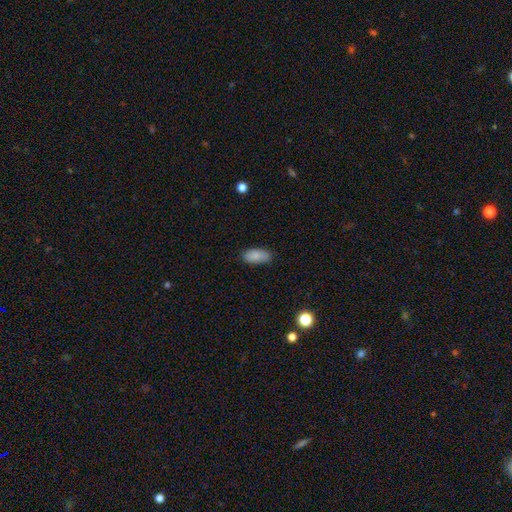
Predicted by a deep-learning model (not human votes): A smooth galaxy with no disk features (88%) that is in between round and cigar-shaped (91%).

Vote fractions:
- Smooth or featured? smooth: 88% / star or artifact: 8% / featured or disk: 4%
- How rounded? in between: 91% / cigar-shaped: 6% / round: 3%
- Merging? none: 80% / minor disturbance: 16% / major disturbance: 3% / merger: 1%